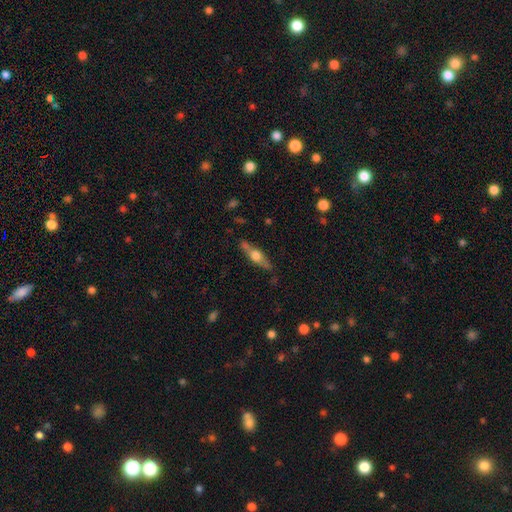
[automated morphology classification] featured or disk 59%, smooth 35%, star or artifact 6%. Down the decision tree: edge-on disk — yes (93%); edge-on bulge — rounded (93%); merging — none (79%).